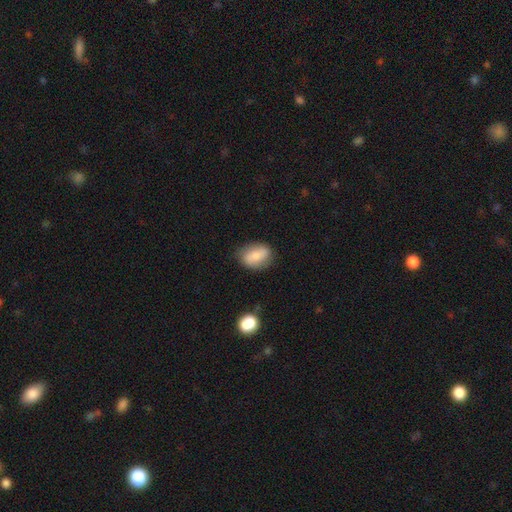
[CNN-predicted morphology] Smooth or featured? smooth (71%)
How rounded? in between (78%)
Merging? none (76%)